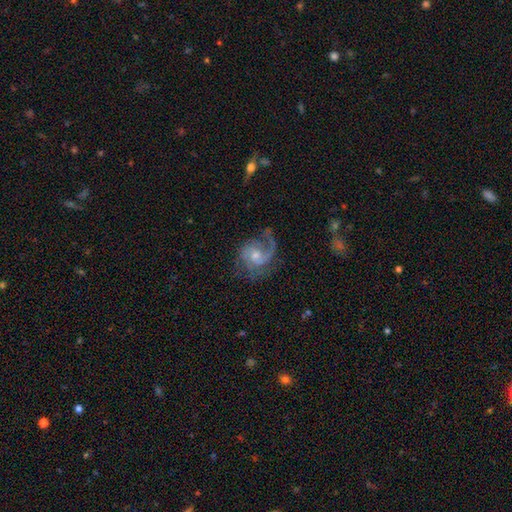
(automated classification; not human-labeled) This is clearly a featured or disk galaxy (83%). It is clearly not viewed edge-on (98%). Bar: likely no (65%). Spiral arm pattern: clearly yes (94%). Spiral arm count: possibly 2 (45%). Spiral winding: possibly medium (47%). Central bulge: possibly moderate (49%). Merging: possibly none (58%).